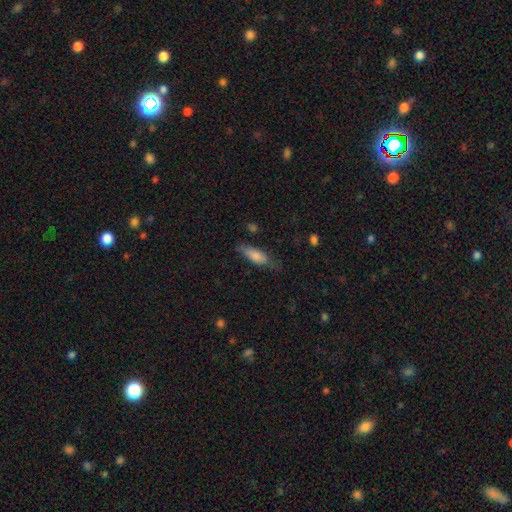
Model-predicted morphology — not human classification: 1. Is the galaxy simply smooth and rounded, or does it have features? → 78% smooth, 16% featured or disk, 7% star or artifact.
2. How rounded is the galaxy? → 61% in between, 37% cigar-shaped, 2% round.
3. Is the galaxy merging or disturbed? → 61% none, 27% minor disturbance, 10% major disturbance, 2% merger.